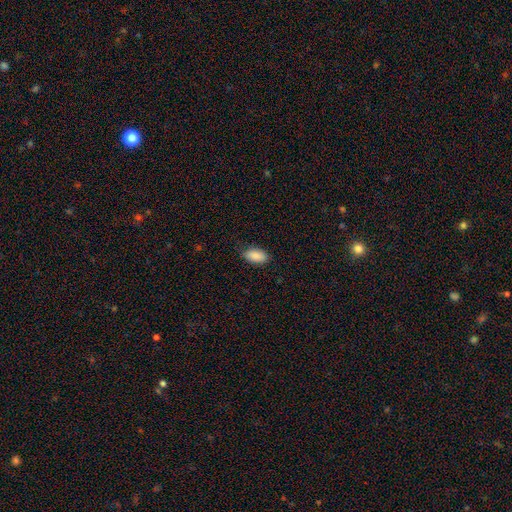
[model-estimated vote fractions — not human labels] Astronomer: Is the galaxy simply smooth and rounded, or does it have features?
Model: smooth — 89%.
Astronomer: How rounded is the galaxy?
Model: in between — 93%.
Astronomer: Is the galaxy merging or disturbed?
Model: none — 81%.